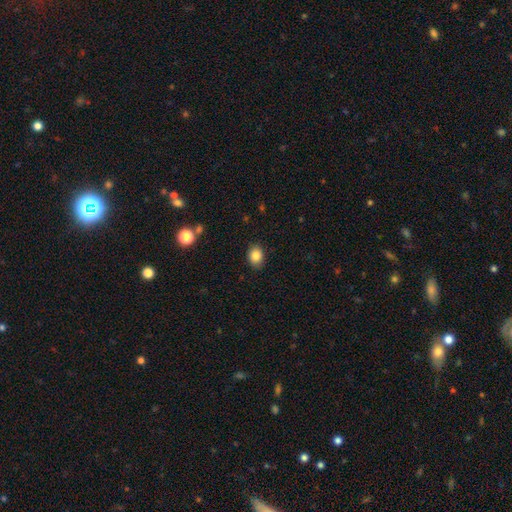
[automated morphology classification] A smooth galaxy with no disk features (85%) that is in between round and cigar-shaped (56%). Merging: none (86%).